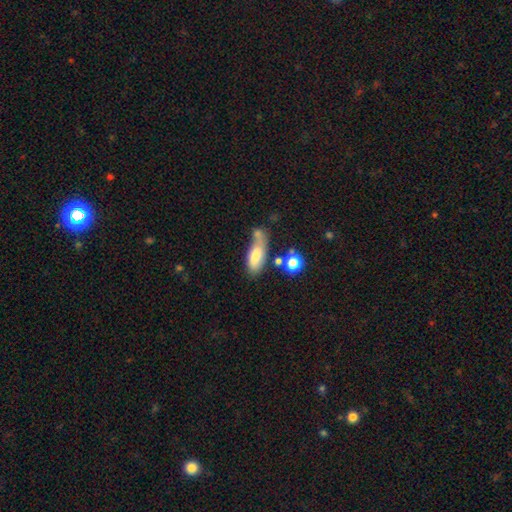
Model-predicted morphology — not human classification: Overall: smooth (73%). How rounded: in between (74%). Merging: none (39%; merger 27%).